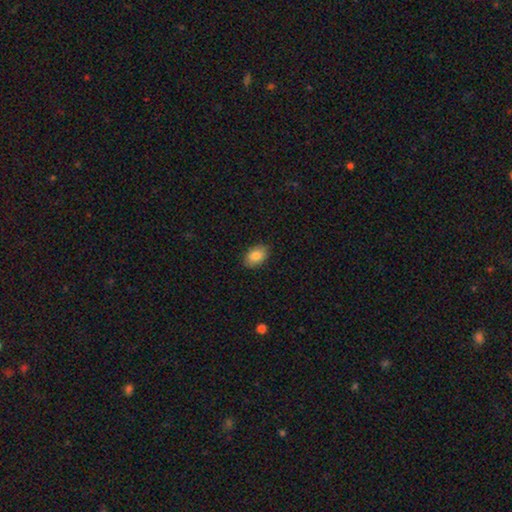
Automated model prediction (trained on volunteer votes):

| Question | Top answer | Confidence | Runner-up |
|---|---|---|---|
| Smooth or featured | smooth | 83% | featured or disk (9%) |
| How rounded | in between | 87% | round (11%) |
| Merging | none | 86% | minor disturbance (11%) |